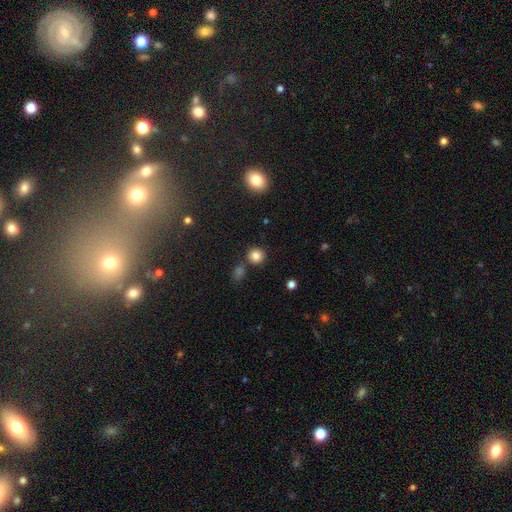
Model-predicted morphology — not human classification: Overall: smooth (83%). How rounded: round (90%). Merging: none (80%).